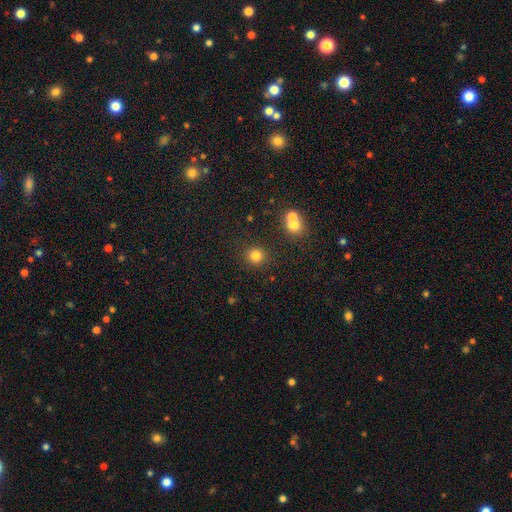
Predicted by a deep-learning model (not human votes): Smooth or featured? Predicted: smooth (p=0.81). How rounded? Predicted: round (p=0.92). Merging? Predicted: none (p=0.85).